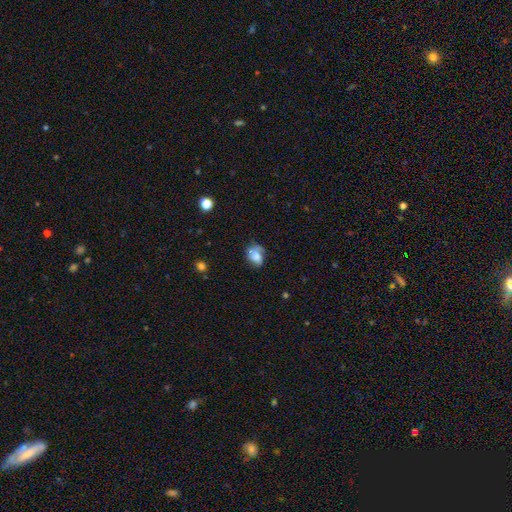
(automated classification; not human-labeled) Smooth or featured? smooth (59%)
How rounded? in between (67%)
Merging? none (42%)